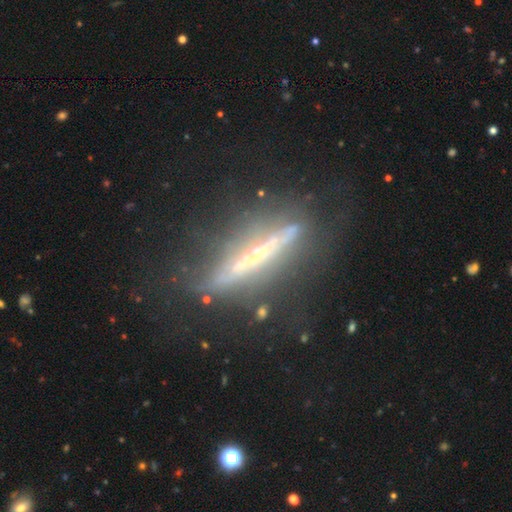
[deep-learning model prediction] This is likely a featured or disk galaxy (77%). It is clearly viewed edge-on (91%). Edge-on bulge: likely none (69%). Merging: likely none (75%).